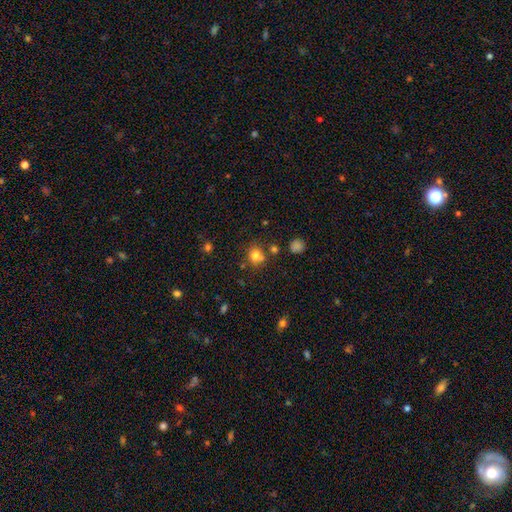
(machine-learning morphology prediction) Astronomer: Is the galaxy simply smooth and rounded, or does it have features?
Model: smooth — 77%.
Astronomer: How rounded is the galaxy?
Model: round — 78%.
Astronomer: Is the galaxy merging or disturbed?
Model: none — 64%.